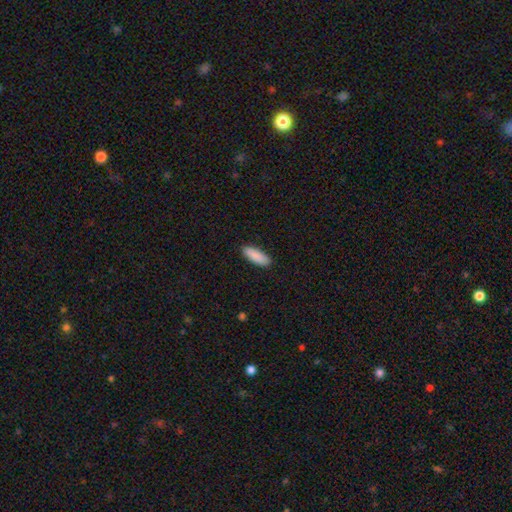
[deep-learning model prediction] This is clearly a smooth galaxy (90%). How rounded: likely in between (62%). Merging: clearly none (89%).